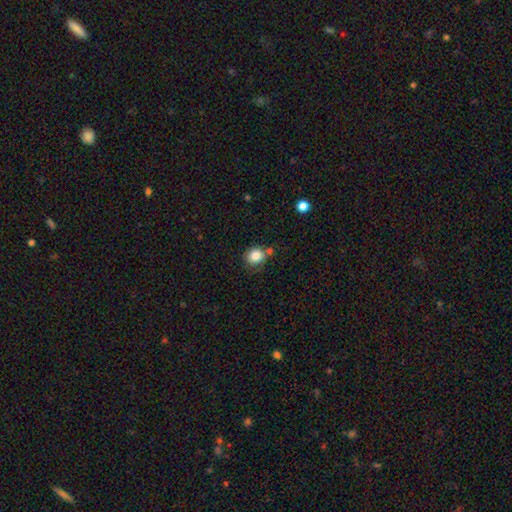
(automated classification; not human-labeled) Morphology: type=smooth (84%); roundness=round (75%); merging=none (66%).